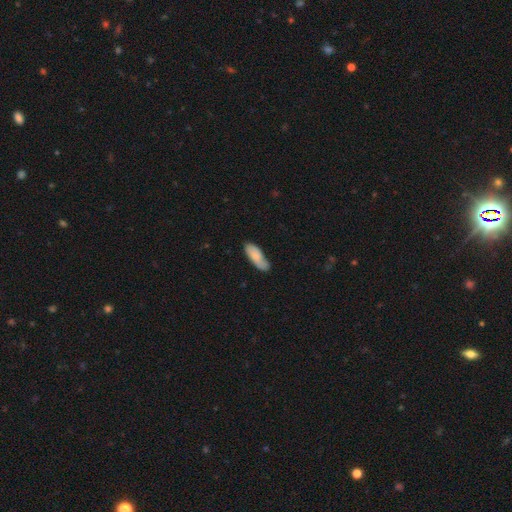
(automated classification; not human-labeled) Q: Smooth or featured?
A: smooth (76%); runner-up: featured or disk (18%)
Q: How rounded?
A: in between (69%); runner-up: cigar-shaped (30%)
Q: Merging?
A: none (67%); runner-up: minor disturbance (26%)